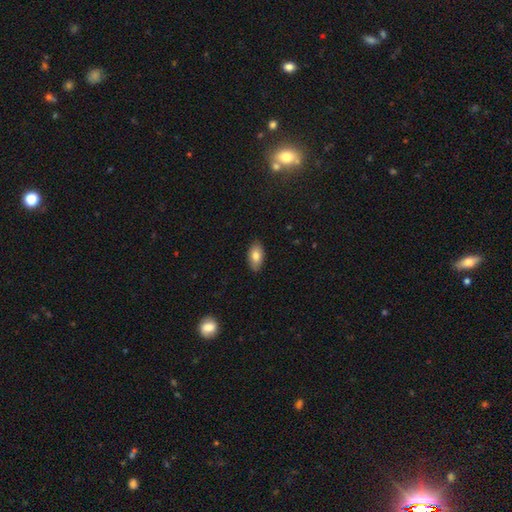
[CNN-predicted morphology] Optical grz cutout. It shows a smooth galaxy with no disk features (80%) that is in between round and cigar-shaped (93%). Merging: none (87%).